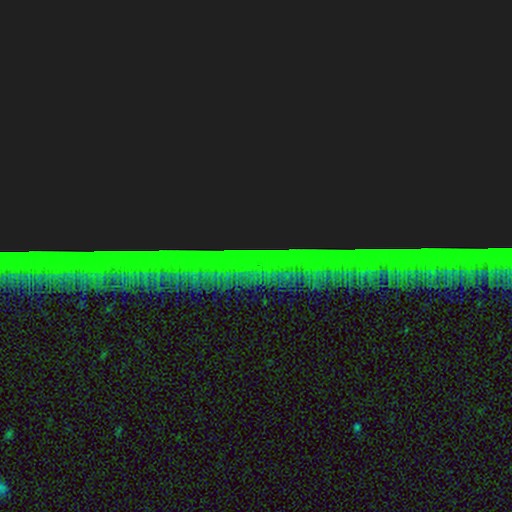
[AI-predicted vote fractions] Smooth or featured? Predicted: star or artifact (p=0.88).